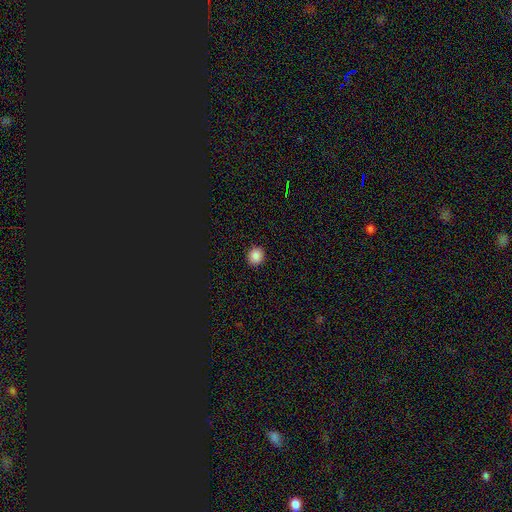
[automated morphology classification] A smooth galaxy with no disk features (86%) that is round (86%). Merging: none (92%).